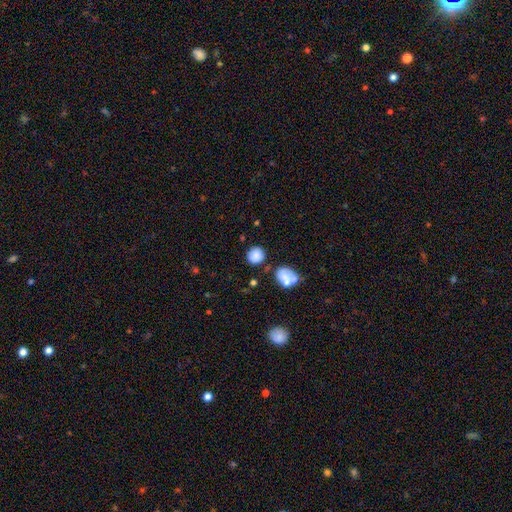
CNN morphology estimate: Smooth or featured? smooth (84%)
How rounded? round (85%)
Merging? none (75%)